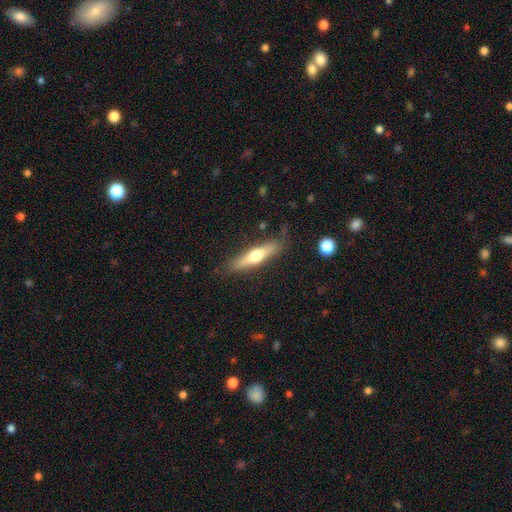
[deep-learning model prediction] smooth-or-featured: smooth: 49% | featured or disk: 45% | star or artifact: 6%
  merging: none: 83% | minor disturbance: 12% | major disturbance: 3% | merger: 2%